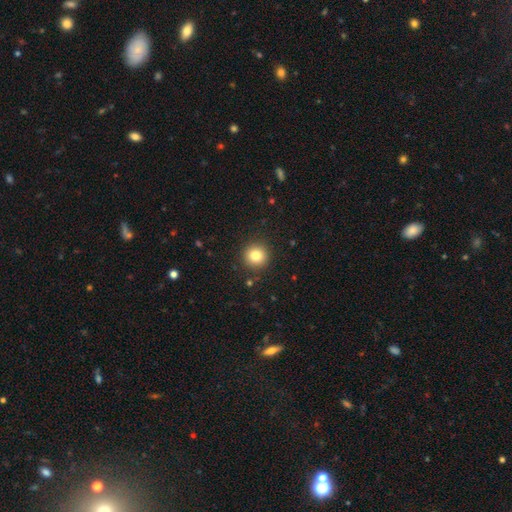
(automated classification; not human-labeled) Q: Smooth or featured?
A: smooth (82%); runner-up: star or artifact (11%)
Q: How rounded?
A: round (94%); runner-up: in between (5%)
Q: Merging?
A: none (91%); runner-up: minor disturbance (6%)